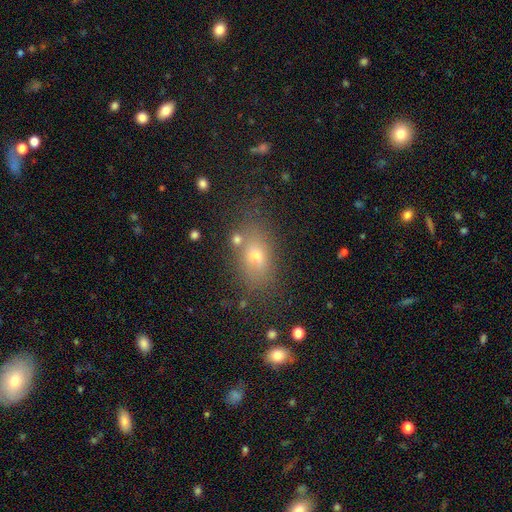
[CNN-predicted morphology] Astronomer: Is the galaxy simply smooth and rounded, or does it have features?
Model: smooth — 65%.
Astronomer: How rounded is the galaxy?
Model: in between — 78%.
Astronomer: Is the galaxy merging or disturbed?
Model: none — 69%.